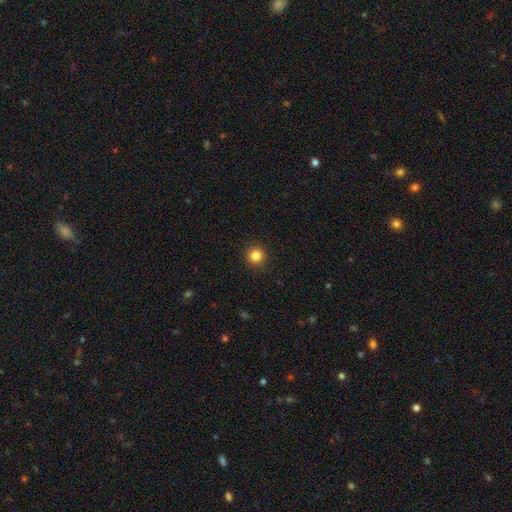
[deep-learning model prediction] Smooth or featured? smooth (84%)
How rounded? round (95%)
Merging? none (92%)